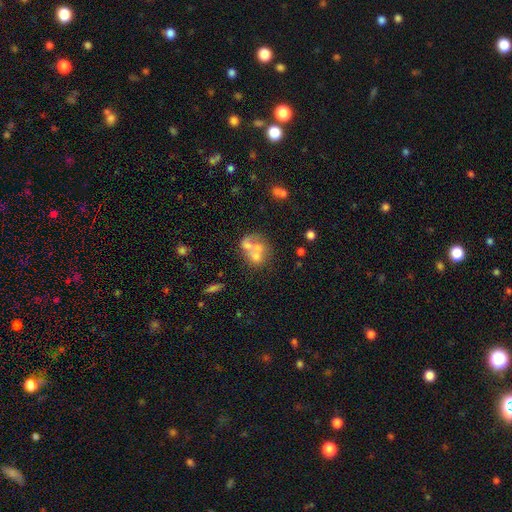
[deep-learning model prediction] Overall: smooth (47%; featured or disk 39%). Merging: merger (60%; none 24%).